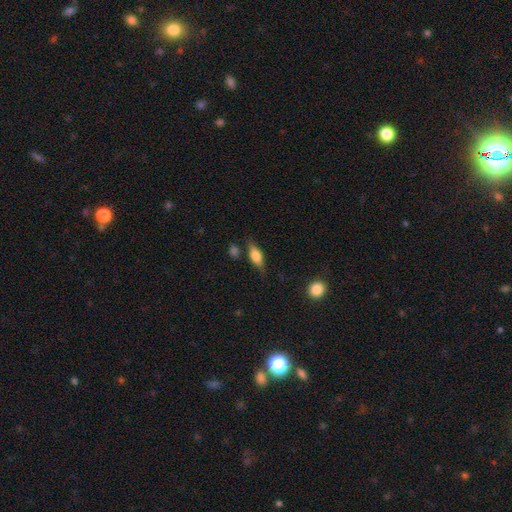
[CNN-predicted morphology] type=smooth (65%); roundness=in between (70%); merging=none (71%).